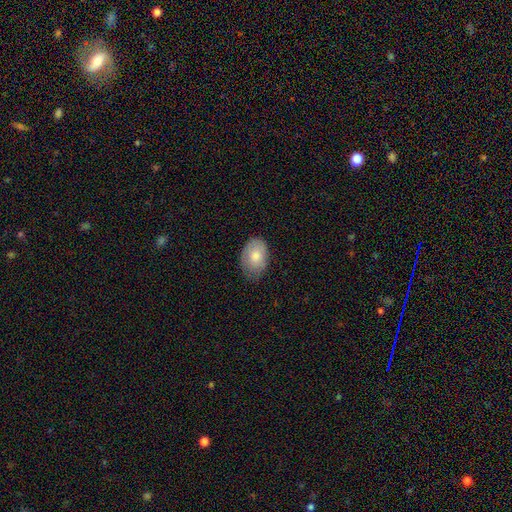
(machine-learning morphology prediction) Smooth or featured: smooth — 77% (featured or disk — 17%)
How rounded: in between — 84% (round — 15%)
Merging: none — 65% (minor disturbance — 28%)